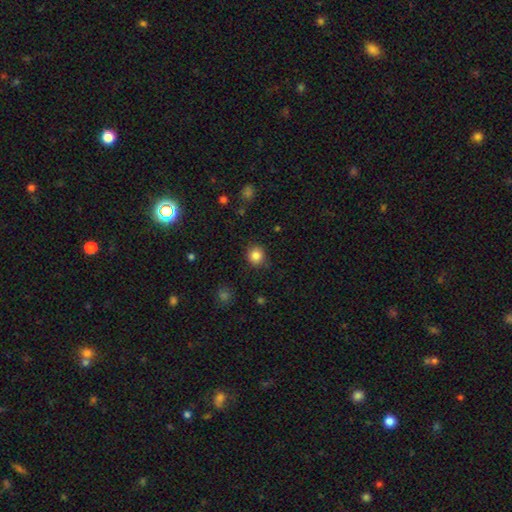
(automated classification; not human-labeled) Smooth or featured? Predicted: smooth (p=0.84). How rounded? Predicted: round (p=0.88). Merging? Predicted: none (p=0.87).